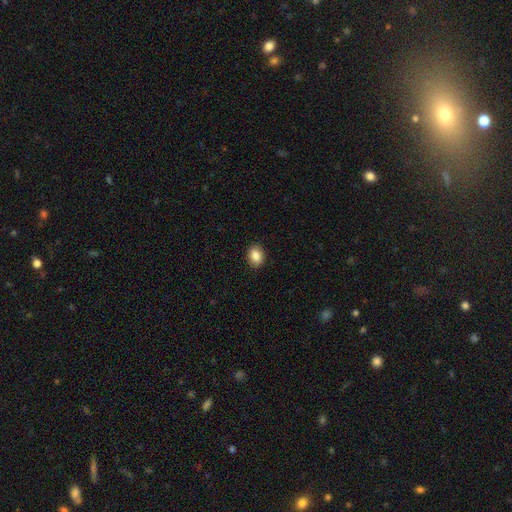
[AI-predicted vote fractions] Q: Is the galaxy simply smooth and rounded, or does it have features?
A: smooth — 87%.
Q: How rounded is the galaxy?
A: in between — 60%.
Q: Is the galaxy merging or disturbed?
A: none — 91%.